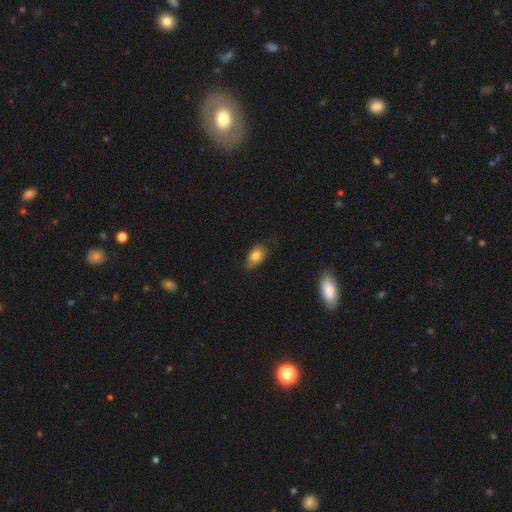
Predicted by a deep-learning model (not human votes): The model was most divided on "merging": none: 65%, minor disturbance: 27%, major disturbance: 7%, merger: 1%. More confident: how rounded — in between (89%); smooth or featured — smooth (79%).